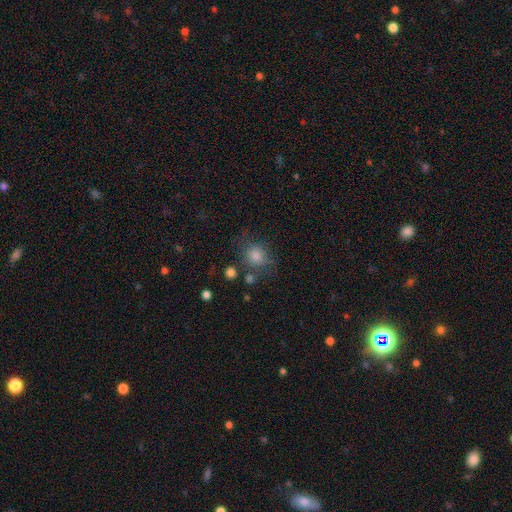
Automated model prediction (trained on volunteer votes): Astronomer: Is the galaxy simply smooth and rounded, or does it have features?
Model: smooth — 78%.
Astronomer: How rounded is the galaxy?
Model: round — 82%.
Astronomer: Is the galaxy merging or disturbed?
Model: none — 70%.